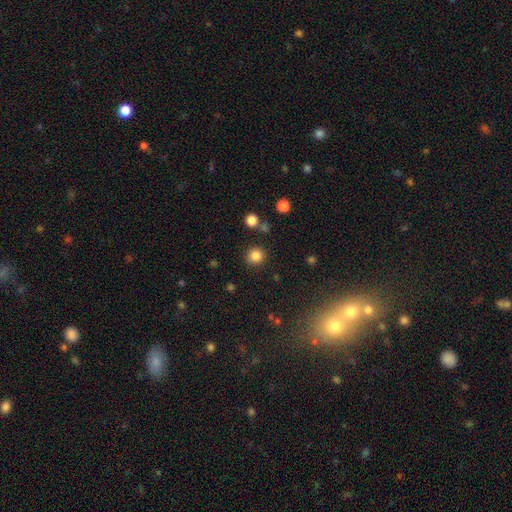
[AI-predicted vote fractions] Smooth or featured? Predicted: smooth (p=0.83). How rounded? Predicted: round (p=0.90). Merging? Predicted: none (p=0.87).